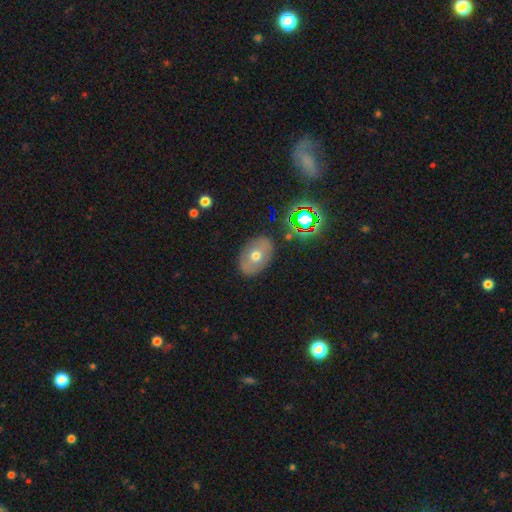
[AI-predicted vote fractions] Q: Smooth or featured?
A: smooth (49%); runner-up: featured or disk (36%)
Q: Merging?
A: none (84%); runner-up: minor disturbance (11%)